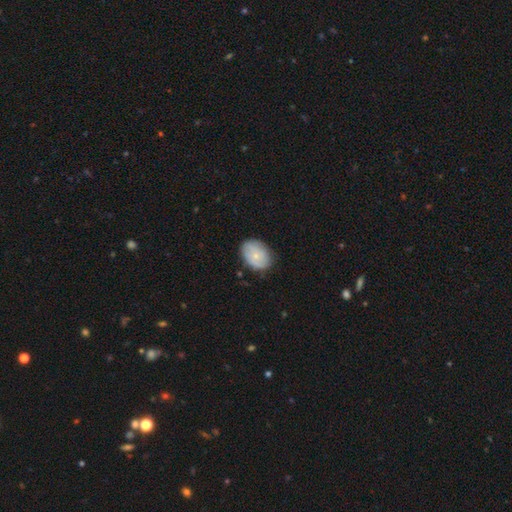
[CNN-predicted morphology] Smooth or featured? smooth (63%)
How rounded? in between (72%)
Merging? none (78%)